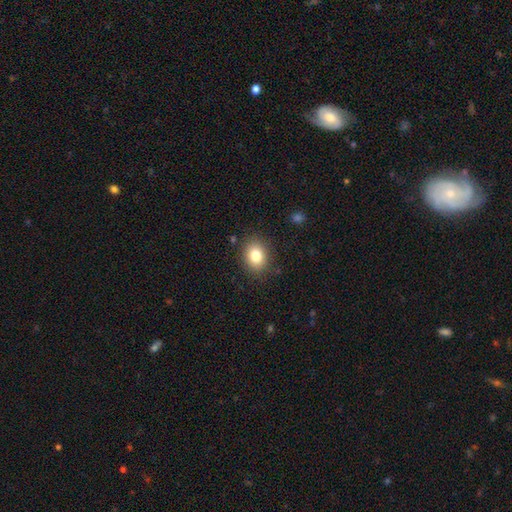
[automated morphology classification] Q: Smooth or featured?
A: smooth (81%); runner-up: star or artifact (10%)
Q: How rounded?
A: round (50%); runner-up: in between (49%)
Q: Merging?
A: none (86%); runner-up: minor disturbance (10%)